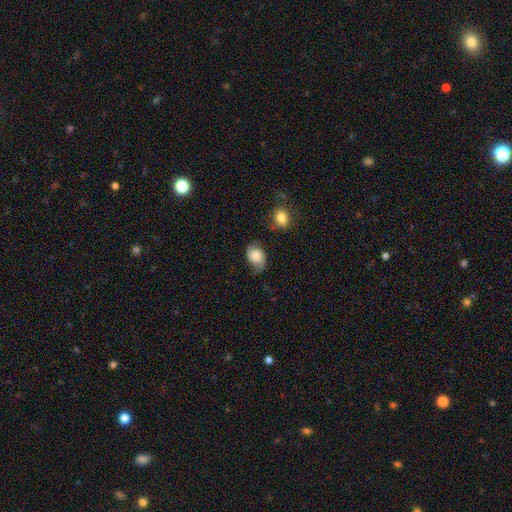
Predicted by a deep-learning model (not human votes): smooth-or-featured: smooth: 55% | featured or disk: 35% | star or artifact: 9%
  how-rounded: in between: 69% | round: 30% | cigar-shaped: 1%
  merging: none: 50% | minor disturbance: 33% | major disturbance: 13% | merger: 4%